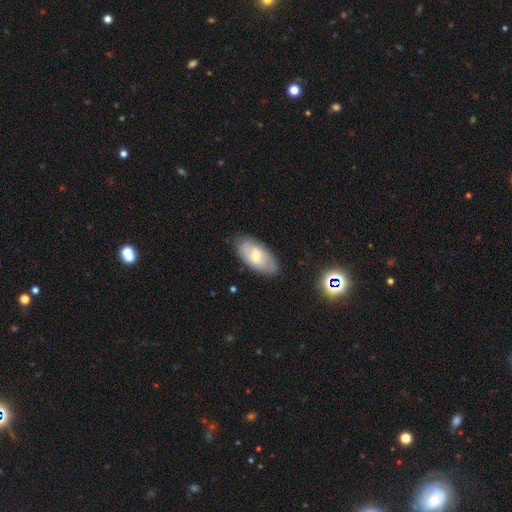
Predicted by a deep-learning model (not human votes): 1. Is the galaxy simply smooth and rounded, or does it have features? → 52% smooth, 40% featured or disk, 8% star or artifact.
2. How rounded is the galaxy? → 92% in between, 5% cigar-shaped, 3% round.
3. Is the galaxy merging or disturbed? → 81% none, 14% minor disturbance, 3% major disturbance, 1% merger.